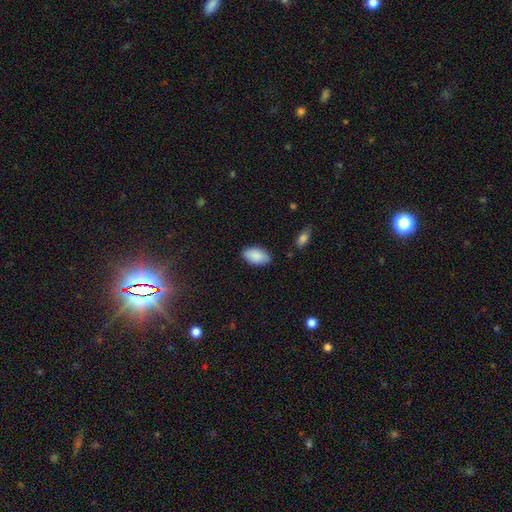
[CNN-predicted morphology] Smooth or featured: smooth — 88% (star or artifact — 6%)
How rounded: in between — 95% (round — 3%)
Merging: none — 84% (minor disturbance — 12%)